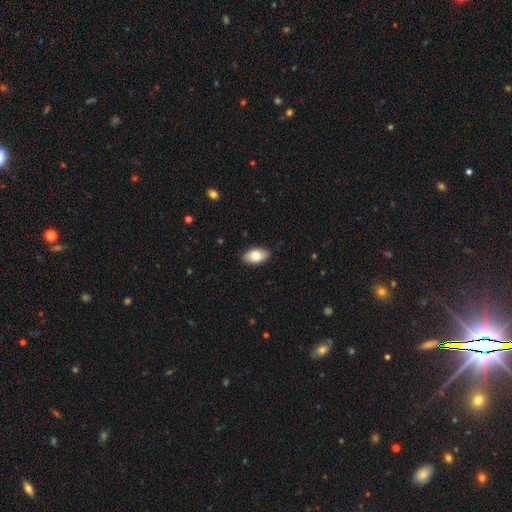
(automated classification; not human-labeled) Q: Smooth or featured?
A: smooth (79%); runner-up: featured or disk (14%)
Q: How rounded?
A: in between (93%); runner-up: round (5%)
Q: Merging?
A: none (88%); runner-up: minor disturbance (9%)